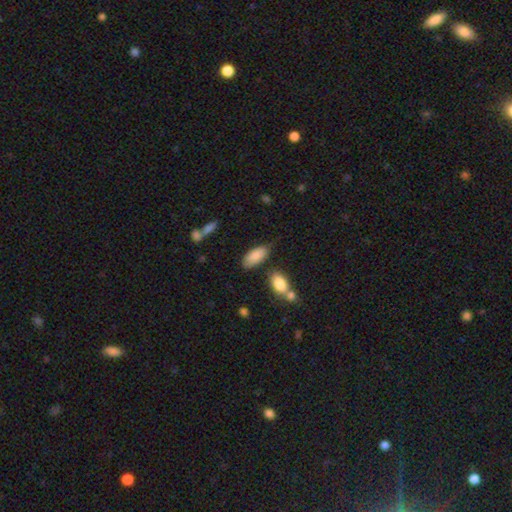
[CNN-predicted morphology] This is clearly a smooth galaxy (86%). How rounded: clearly in between (91%). Merging: likely none (66%).